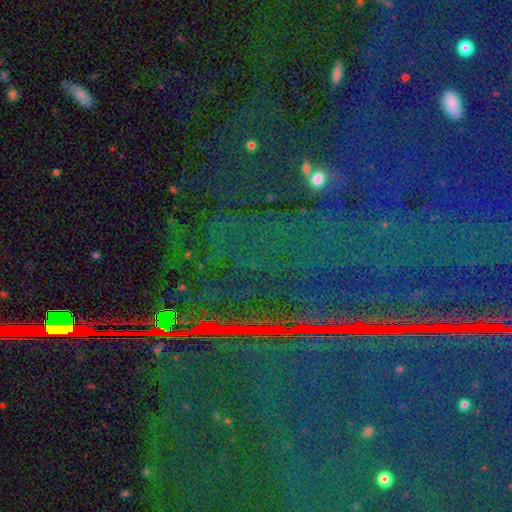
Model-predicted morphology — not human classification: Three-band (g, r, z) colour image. It shows a star or artifact, not a galaxy (86%).